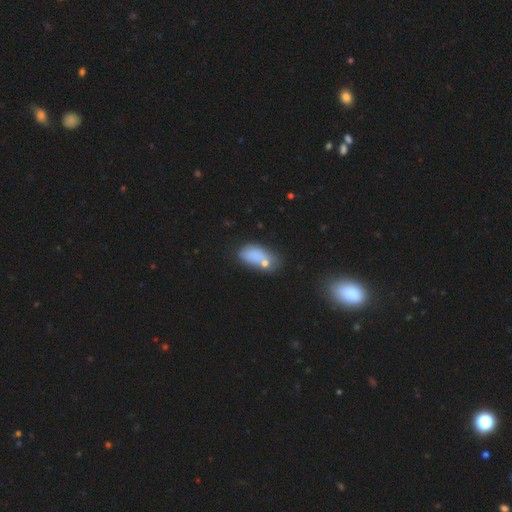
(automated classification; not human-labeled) smooth-or-featured: smooth: 74% | featured or disk: 16% | star or artifact: 11%
  how-rounded: in between: 88% | round: 7% | cigar-shaped: 6%
  merging: none: 41% | merger: 23% | minor disturbance: 23% | major disturbance: 12%